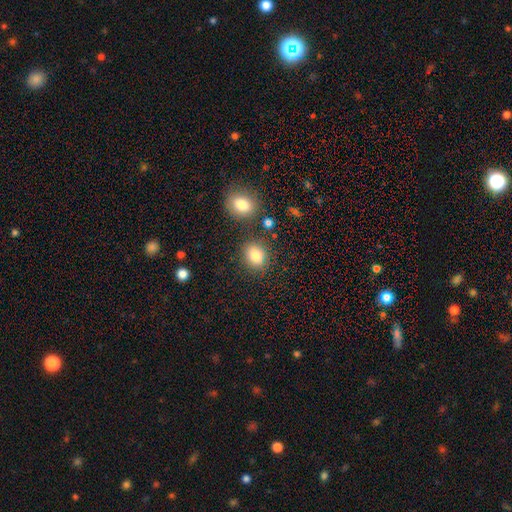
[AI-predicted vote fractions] This is clearly a smooth galaxy (83%). How rounded: possibly in between (54%). Merging: likely none (77%).